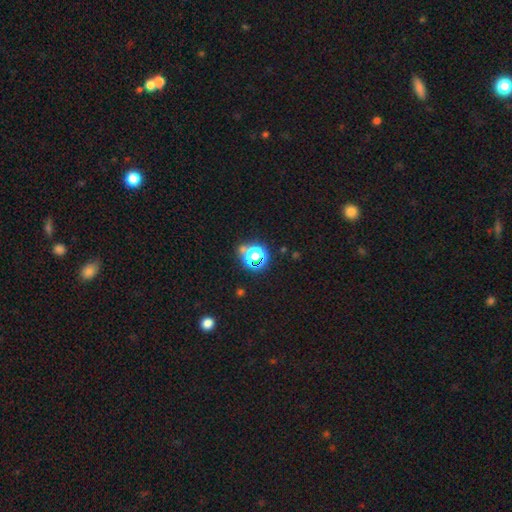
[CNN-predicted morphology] Q: Smooth or featured?
A: star or artifact (52%); runner-up: smooth (38%)